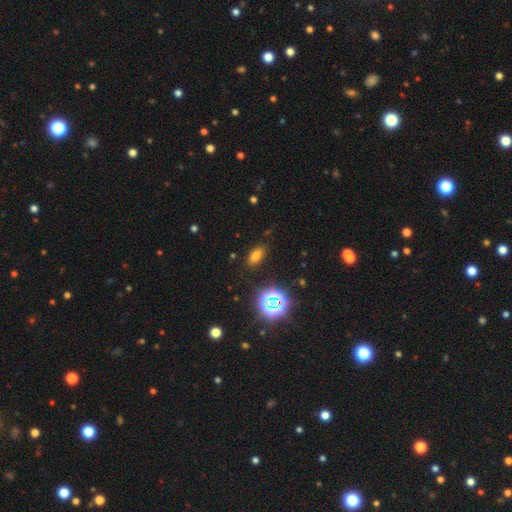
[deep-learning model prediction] smooth_or_featured: smooth (p=0.70) [alt: star or artifact p=0.23]
how_rounded: in between (p=0.86) [alt: round p=0.08]
merging: none (p=0.87) [alt: minor disturbance p=0.09]